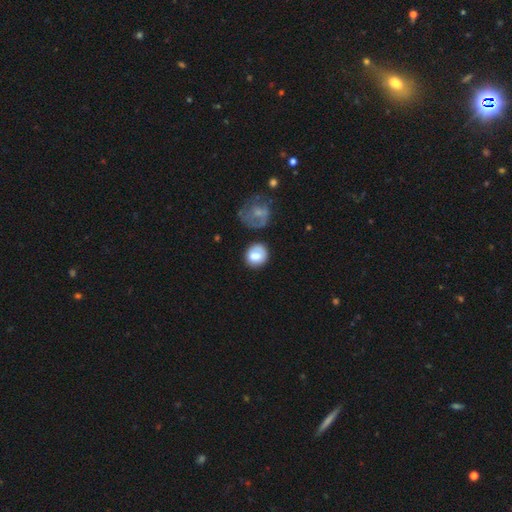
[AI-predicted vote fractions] This is likely a smooth galaxy (78%). How rounded: likely round (77%). Merging: likely none (62%).